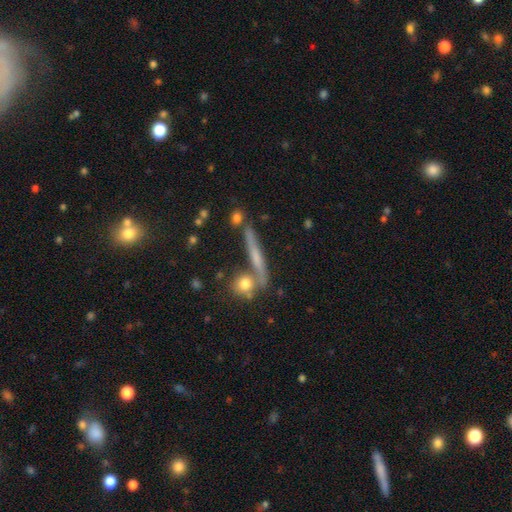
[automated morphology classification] featured or disk 50%, smooth 39%, star or artifact 11%. Down the decision tree: edge-on disk — yes (88%); merging — none (71%).